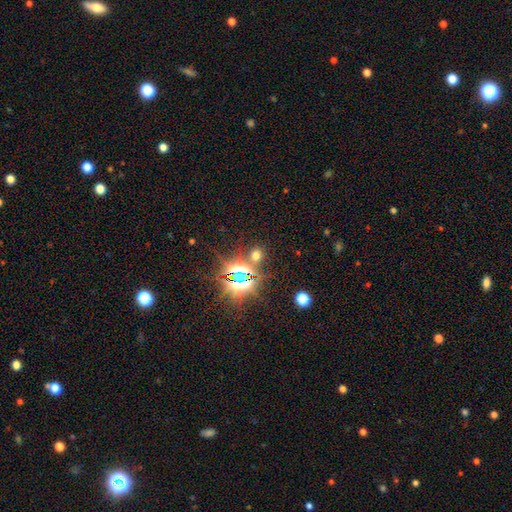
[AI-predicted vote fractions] Overall: star or artifact (48%; smooth 45%).